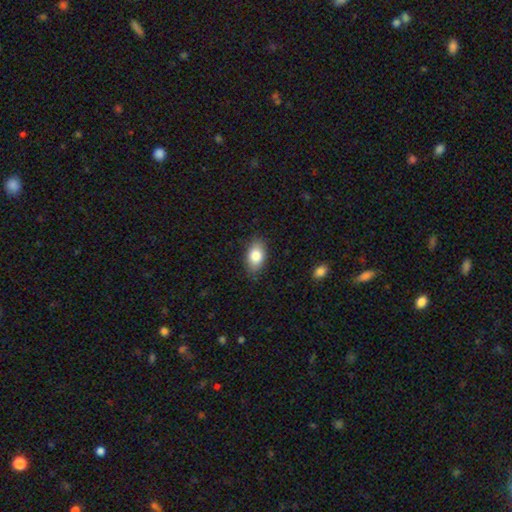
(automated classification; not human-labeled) A smooth galaxy with no disk features (83%) that is in between round and cigar-shaped (90%).

Vote fractions:
- Smooth or featured? smooth: 83% / featured or disk: 10% / star or artifact: 7%
- How rounded? in between: 90% / round: 7% / cigar-shaped: 2%
- Merging? none: 84% / minor disturbance: 12% / major disturbance: 3% / merger: 1%